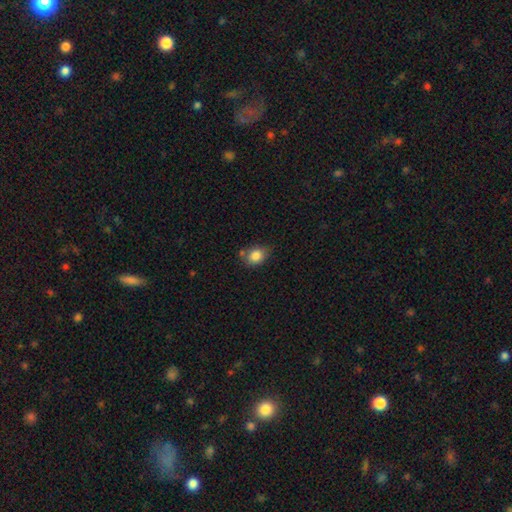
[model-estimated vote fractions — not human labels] Overall: smooth (84%). How rounded: in between (54%; round 45%). Merging: none (62%; minor disturbance 23%).